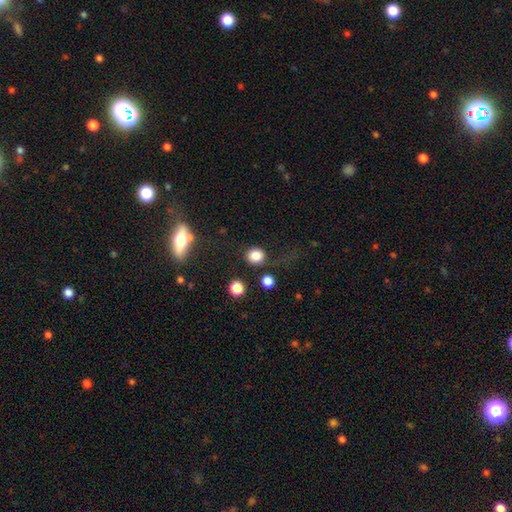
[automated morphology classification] Smooth or featured? smooth (84%)
How rounded? round (84%)
Merging? none (78%)